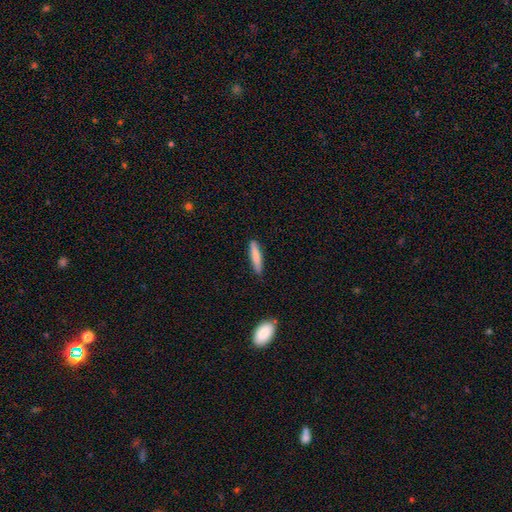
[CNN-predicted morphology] This appears to be a smooth galaxy with no disk features (81%) that is cigar-shaped (87%). Merging: none (85%).